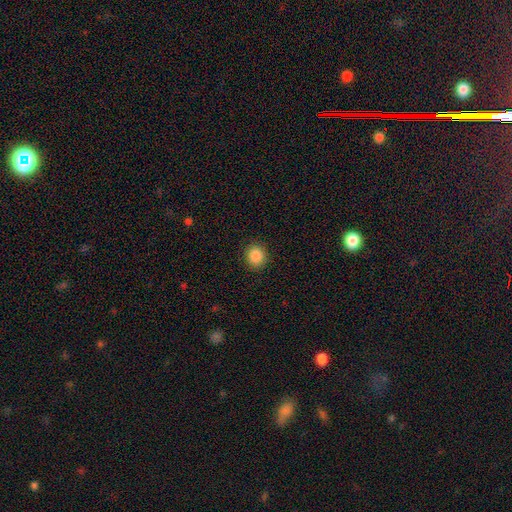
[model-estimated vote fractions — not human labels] Overall: smooth (88%). How rounded: round (78%). Merging: none (90%).